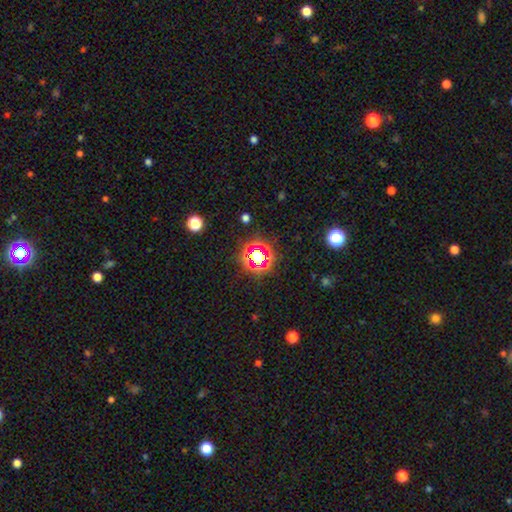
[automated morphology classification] This is likely a star or artifact rather than a galaxy (66%).